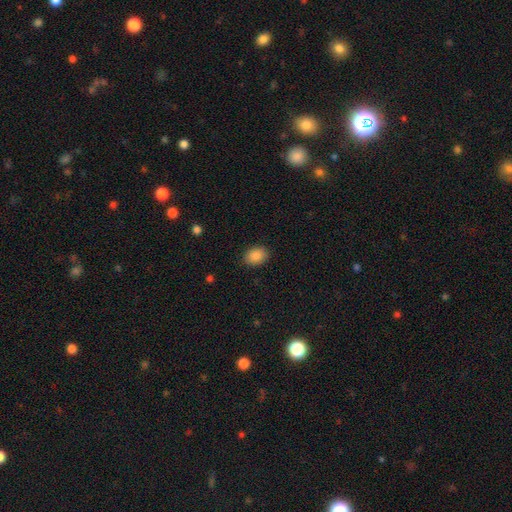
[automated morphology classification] Q: Smooth or featured?
A: smooth (89%); runner-up: star or artifact (8%)
Q: How rounded?
A: in between (72%); runner-up: round (27%)
Q: Merging?
A: none (88%); runner-up: minor disturbance (9%)